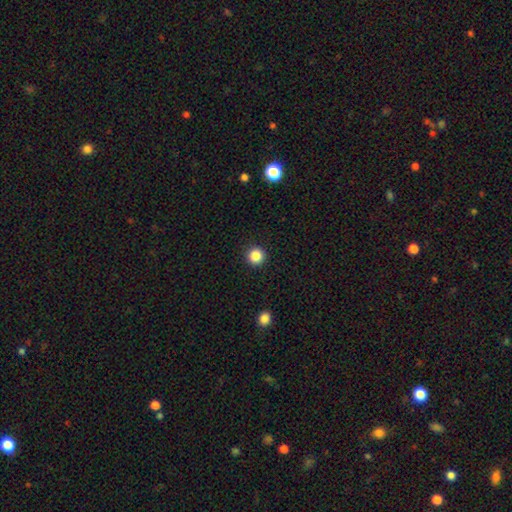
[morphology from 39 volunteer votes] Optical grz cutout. It shows a smooth galaxy with no disk features (92%) that is round (94%). Merging: none (92%).